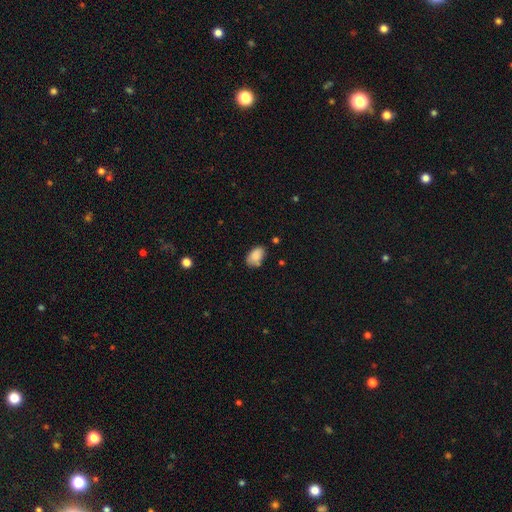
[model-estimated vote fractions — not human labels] Smooth or featured? smooth (86%)
How rounded? in between (90%)
Merging? none (68%)